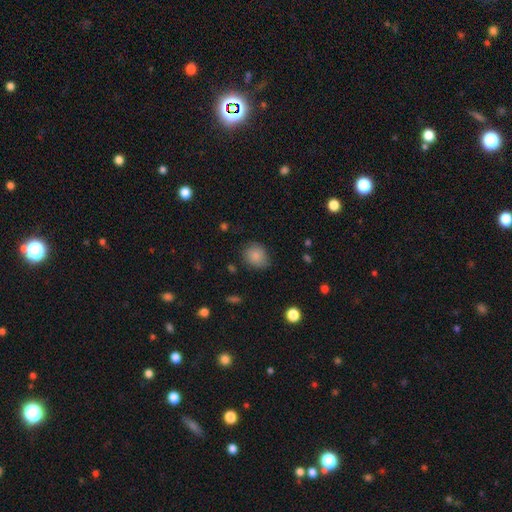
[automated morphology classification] smooth_or_featured: smooth (p=0.85) [alt: star or artifact p=0.09]
how_rounded: round (p=0.68) [alt: in between p=0.31]
merging: none (p=0.74) [alt: minor disturbance p=0.20]